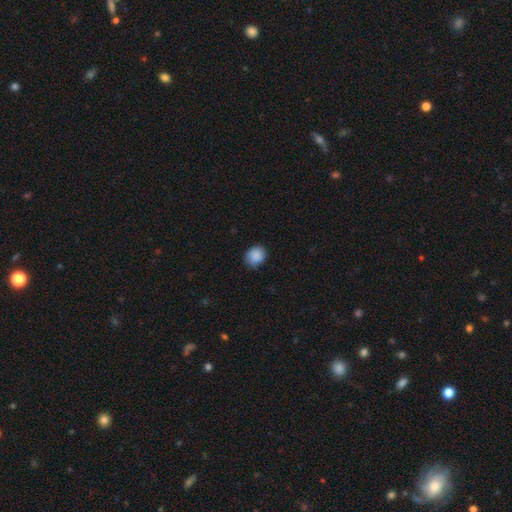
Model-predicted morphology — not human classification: Overall: smooth (88%). How rounded: round (61%; in between 38%). Merging: none (81%).